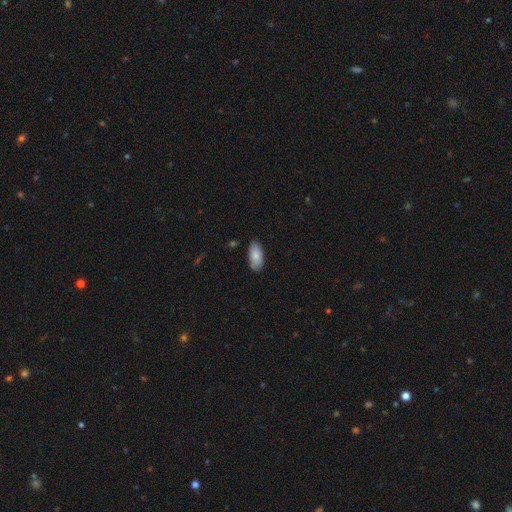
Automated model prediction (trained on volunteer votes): A smooth galaxy with no disk features (83%) that is in between round and cigar-shaped (92%). Merging: none (82%).